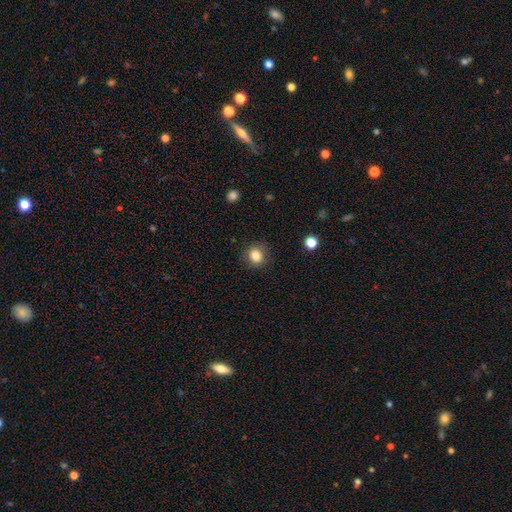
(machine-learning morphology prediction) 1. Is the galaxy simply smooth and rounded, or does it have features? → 84% smooth, 11% star or artifact, 6% featured or disk.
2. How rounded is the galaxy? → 80% round, 19% in between, 1% cigar-shaped.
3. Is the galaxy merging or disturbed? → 86% none, 10% minor disturbance, 3% major disturbance, 1% merger.